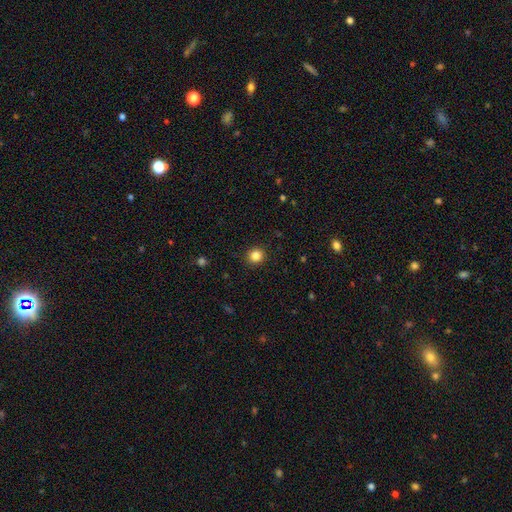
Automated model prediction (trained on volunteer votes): Smooth or featured: smooth — 84% (star or artifact — 12%)
How rounded: round — 93% (in between — 6%)
Merging: none — 92% (minor disturbance — 5%)